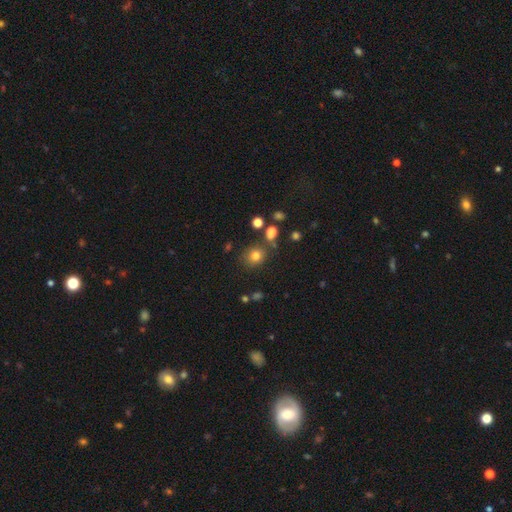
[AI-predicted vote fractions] smooth 77%, star or artifact 15%, featured or disk 8%. Down the decision tree: how rounded — round (78%); merging — none (77%).